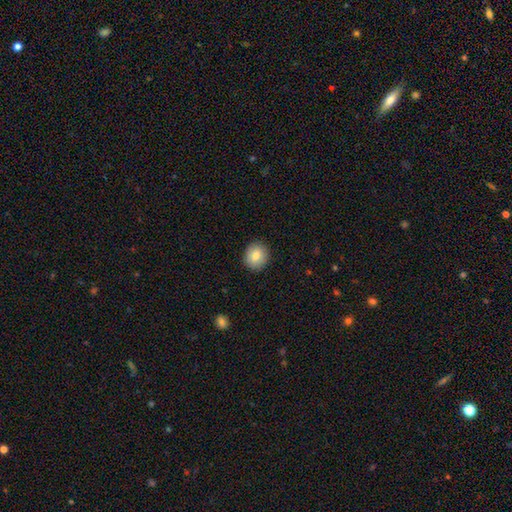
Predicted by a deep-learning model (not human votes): This appears to be a smooth galaxy with no disk features (81%) that is round (80%). Merging: none (90%).